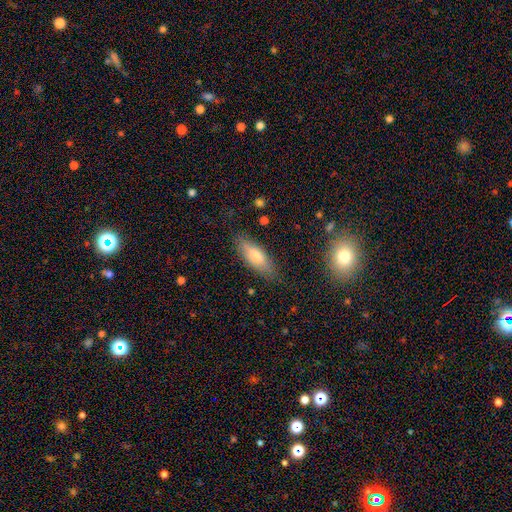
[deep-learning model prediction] Smooth or featured: smooth — 67% (featured or disk — 25%)
How rounded: in between — 61% (cigar-shaped — 37%)
Merging: none — 82% (minor disturbance — 13%)